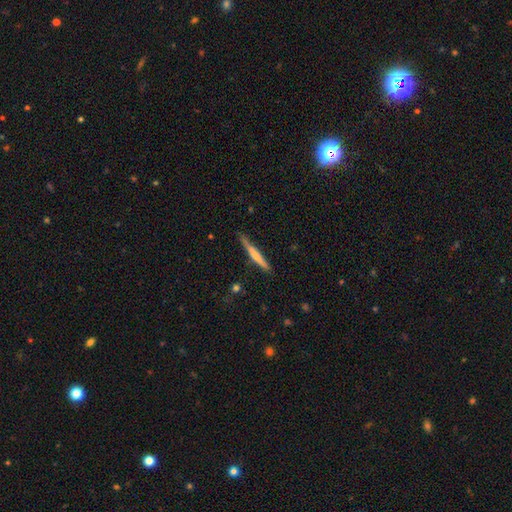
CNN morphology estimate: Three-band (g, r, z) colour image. It shows a smooth galaxy with no disk features (56%) that is cigar-shaped (95%). Merging: none (79%).